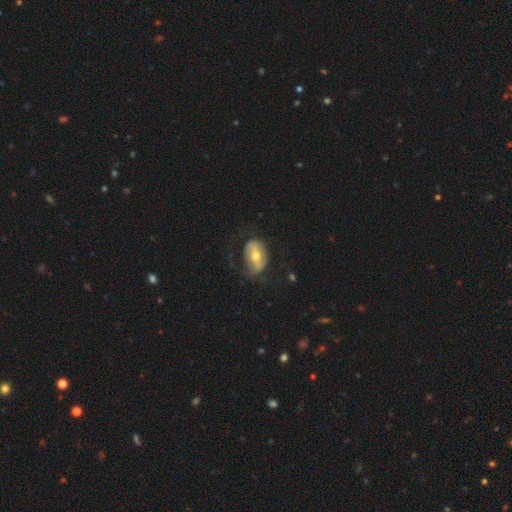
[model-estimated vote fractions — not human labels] The model was most divided on "smooth or featured": featured or disk: 54%, smooth: 39%, star or artifact: 7%. More confident: edge-on disk — no (91%); merging — none (59%).